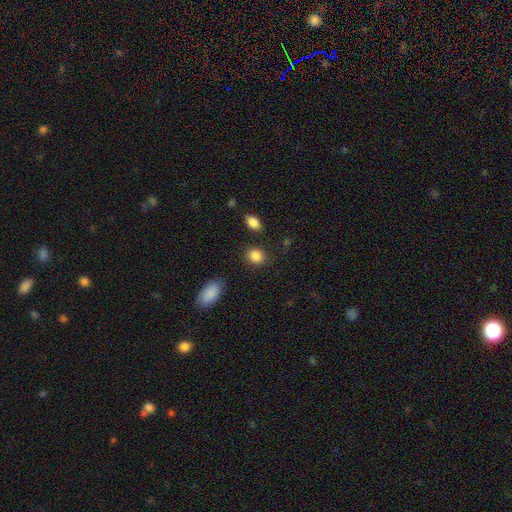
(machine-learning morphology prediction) Smooth or featured? smooth (87%)
How rounded? round (62%)
Merging? none (83%)